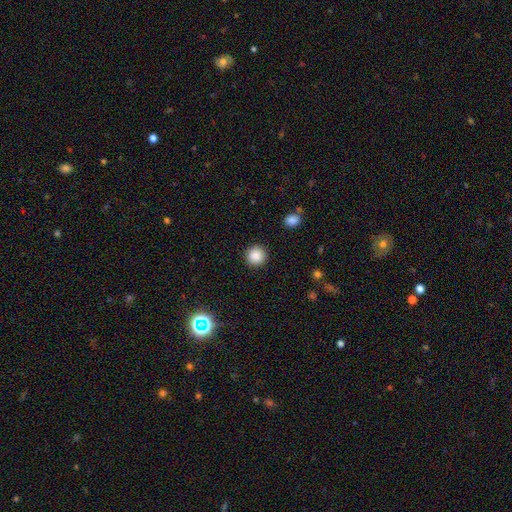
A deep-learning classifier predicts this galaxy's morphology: Smooth or featured?
  - smooth: 86% *
  - star or artifact: 10%
  - featured or disk: 4%
How rounded?
  - round: 94% *
  - in between: 5%
  - cigar-shaped: 1%
Merging?
  - none: 92% *
  - minor disturbance: 5%
  - major disturbance: 2%
  - merger: 1%